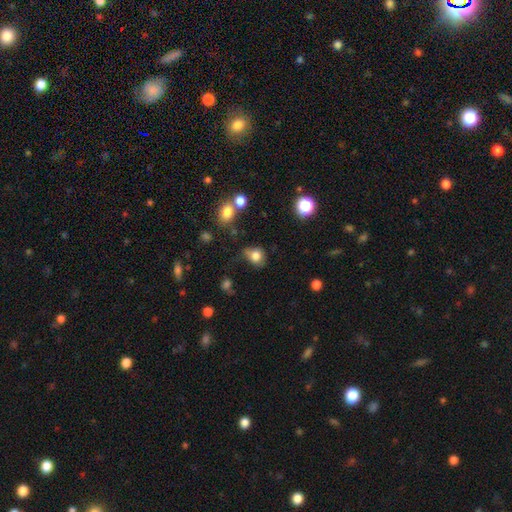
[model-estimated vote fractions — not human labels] This appears to be a smooth galaxy with no disk features (79%) that is round (55%). Merging: none (48%).